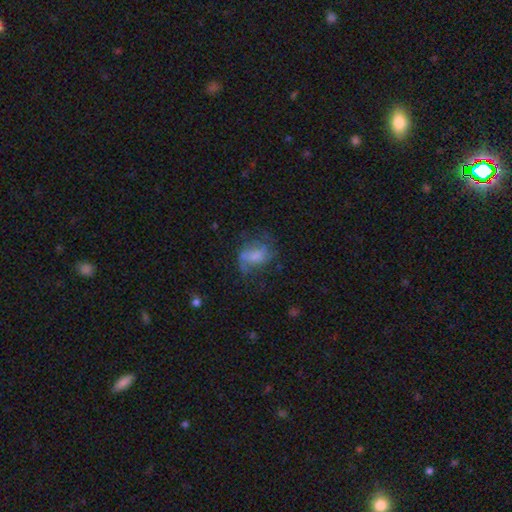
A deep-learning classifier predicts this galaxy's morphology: Smooth or featured?
  - featured or disk: 45% *
  - smooth: 43%
  - star or artifact: 12%
Merging?
  - none: 44% *
  - major disturbance: 28%
  - minor disturbance: 25%
  - merger: 3%